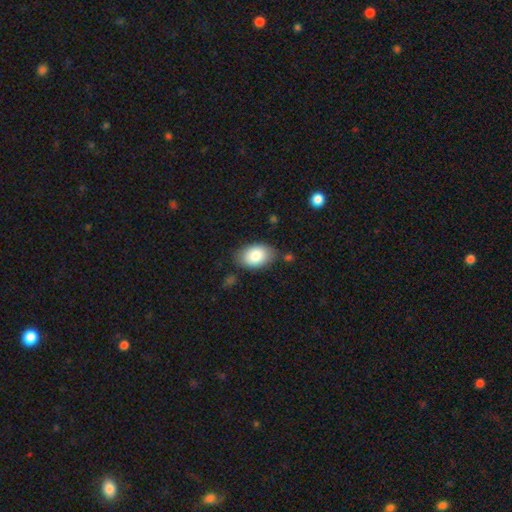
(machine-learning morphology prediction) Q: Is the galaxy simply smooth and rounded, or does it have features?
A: smooth — 83%.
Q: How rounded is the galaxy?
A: in between — 89%.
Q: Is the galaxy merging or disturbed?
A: none — 78%.